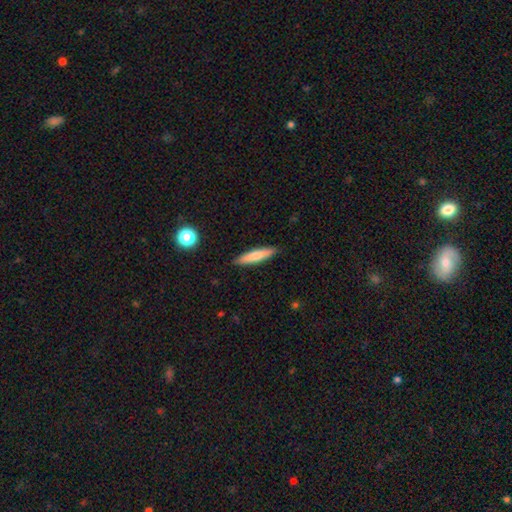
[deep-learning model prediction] This is likely a smooth galaxy (71%). How rounded: clearly cigar-shaped (84%). Merging: clearly none (89%).